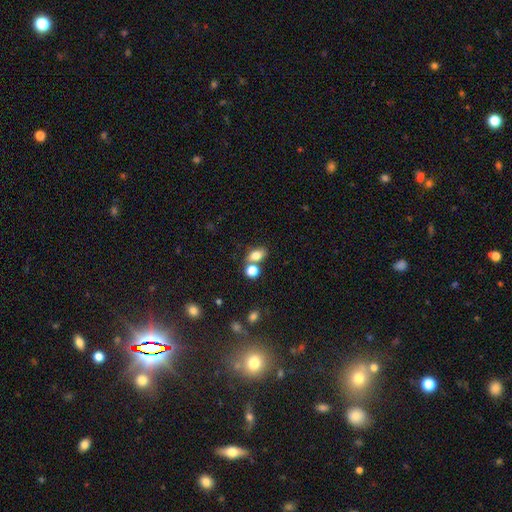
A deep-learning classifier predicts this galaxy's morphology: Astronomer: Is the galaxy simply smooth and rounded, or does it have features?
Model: smooth — 79%.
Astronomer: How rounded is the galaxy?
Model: in between — 76%.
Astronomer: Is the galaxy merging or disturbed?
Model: none — 57%.